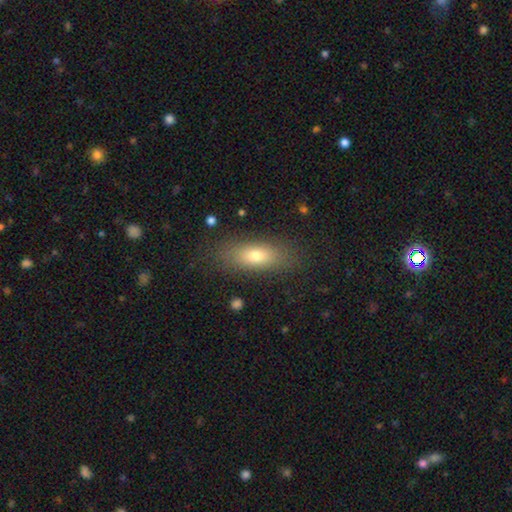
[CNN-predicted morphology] This is likely a smooth galaxy (69%). How rounded: likely in between (64%). Merging: clearly none (84%).